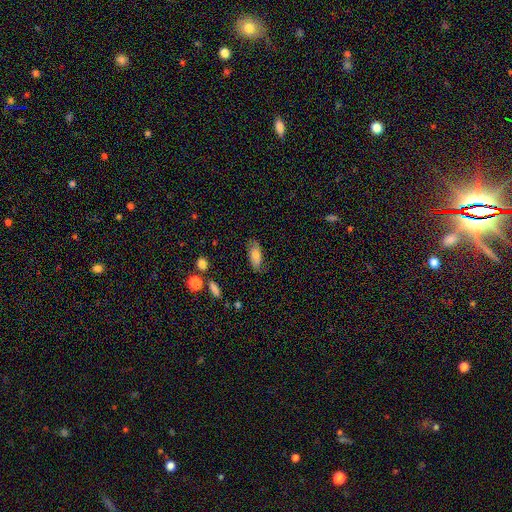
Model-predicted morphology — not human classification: Smooth or featured? Predicted: smooth (p=0.79). How rounded? Predicted: in between (p=0.80). Merging? Predicted: none (p=0.79).